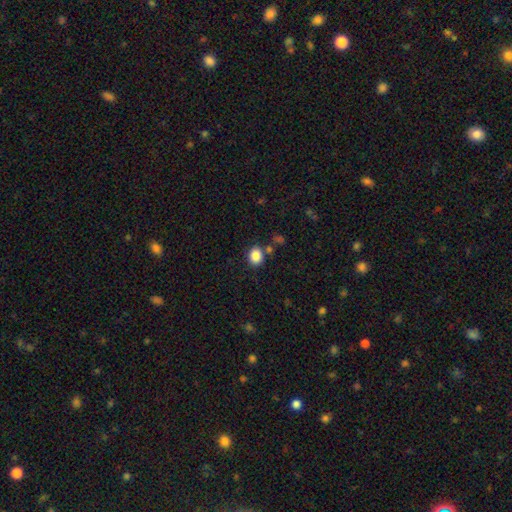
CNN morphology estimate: Smooth or featured? Predicted: smooth (p=0.86). How rounded? Predicted: round (p=0.51). Merging? Predicted: none (p=0.79).